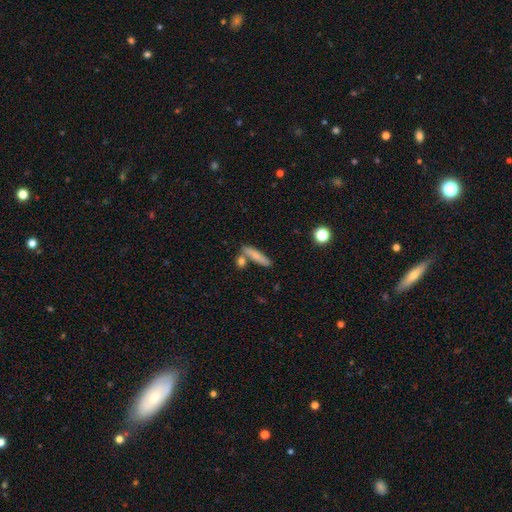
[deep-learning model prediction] Overall: smooth (75%). How rounded: cigar-shaped (81%). Merging: none (67%).